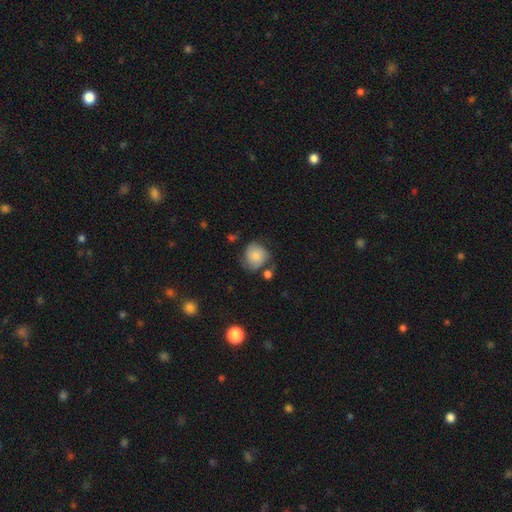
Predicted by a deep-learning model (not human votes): Overall: smooth (59%; featured or disk 33%). How rounded: round (78%). Merging: none (55%; minor disturbance 27%).